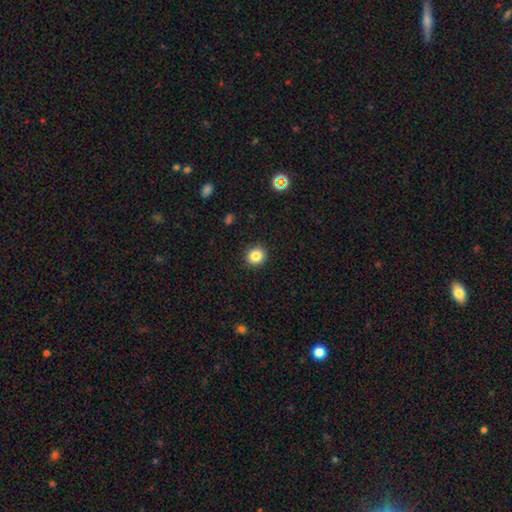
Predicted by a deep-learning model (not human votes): Morphology: type=smooth (84%); roundness=round (90%); merging=none (91%).